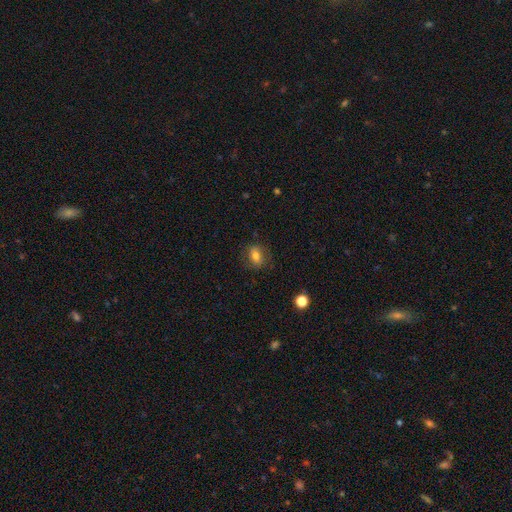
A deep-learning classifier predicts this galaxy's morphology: Smooth or featured: smooth — 70% (featured or disk — 20%)
How rounded: in between — 57% (round — 42%)
Merging: none — 78% (minor disturbance — 15%)